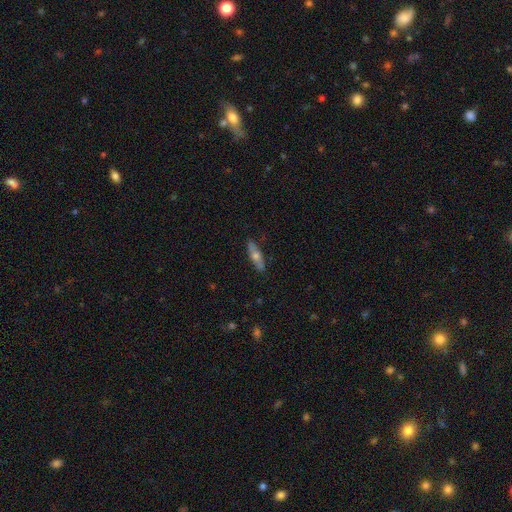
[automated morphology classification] smooth 48%, featured or disk 45%, star or artifact 7%. Down the decision tree: merging — none (86%).